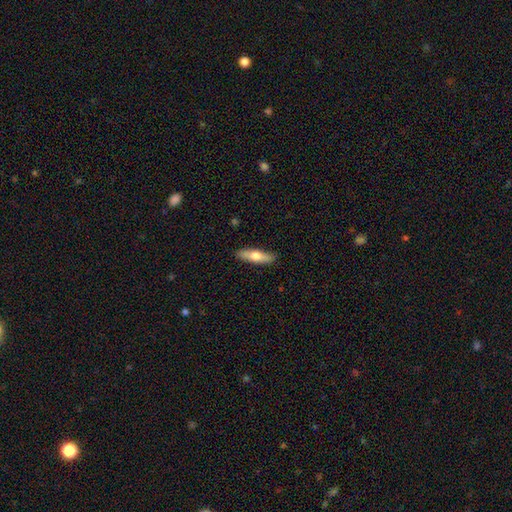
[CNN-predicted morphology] Smooth or featured?
  - smooth: 62% *
  - featured or disk: 32%
  - star or artifact: 6%
How rounded?
  - cigar-shaped: 65% *
  - in between: 33%
  - round: 2%
Merging?
  - none: 89% *
  - minor disturbance: 8%
  - major disturbance: 2%
  - merger: 1%